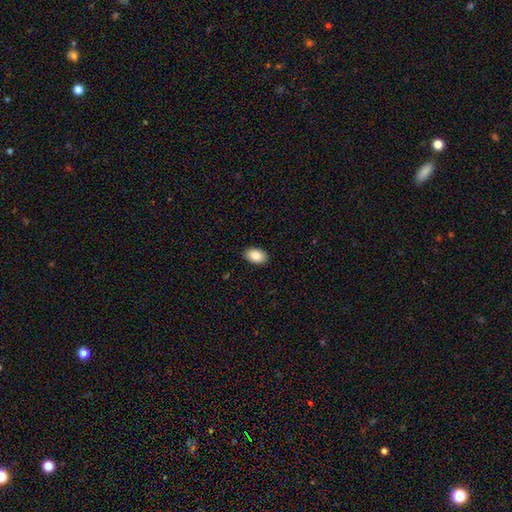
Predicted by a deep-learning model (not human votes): Smooth or featured?
  - smooth: 86% *
  - star or artifact: 7%
  - featured or disk: 7%
How rounded?
  - in between: 90% *
  - round: 8%
  - cigar-shaped: 1%
Merging?
  - none: 90% *
  - minor disturbance: 7%
  - major disturbance: 2%
  - merger: 1%